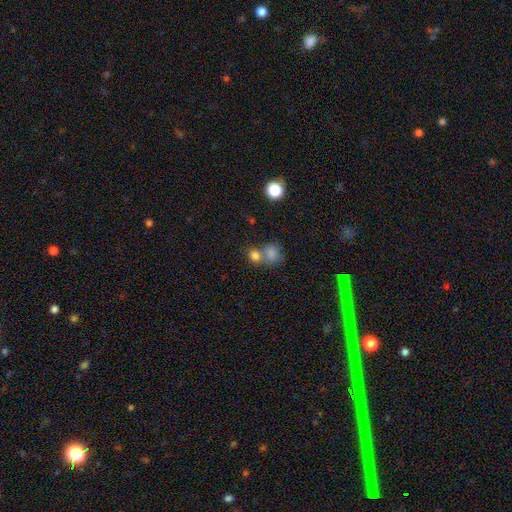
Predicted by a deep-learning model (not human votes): Smooth or featured: smooth — 79% (star or artifact — 12%)
How rounded: round — 64% (in between — 35%)
Merging: merger — 49% (none — 38%)